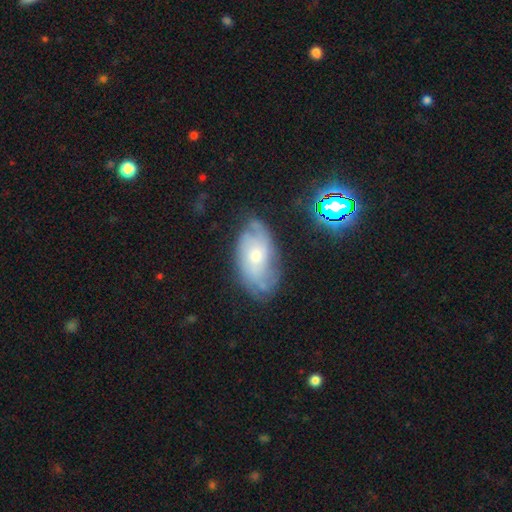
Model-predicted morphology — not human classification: A featured or disk galaxy (63%) with no bar (75%), spiral arms (83%) and a small central bulge (54%).

Vote fractions:
- Smooth or featured? featured or disk: 63% / smooth: 27% / star or artifact: 9%
- Edge-on disk? no: 93% / yes: 7%
- Bar? no: 75% / weak: 22% / strong: 3%
- Spiral arms? yes: 83% / no: 17%
- Bulge size? small: 54% / moderate: 41% / large: 3% / none: 2% / dominant: 1%
- Merging? none: 63% / minor disturbance: 25% / major disturbance: 9% / merger: 3%